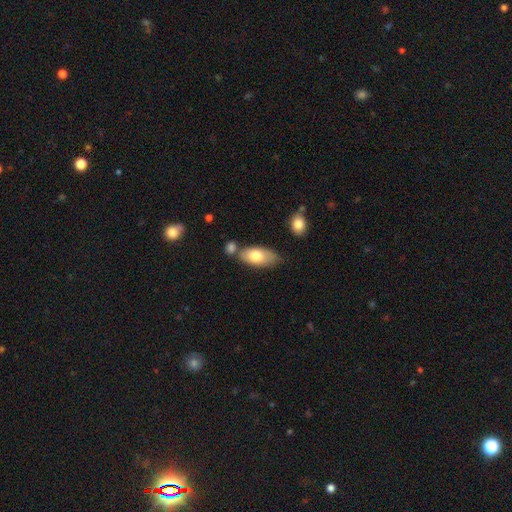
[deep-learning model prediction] A smooth galaxy with no disk features (74%) that is in between round and cigar-shaped (89%). Merging: none (57%).